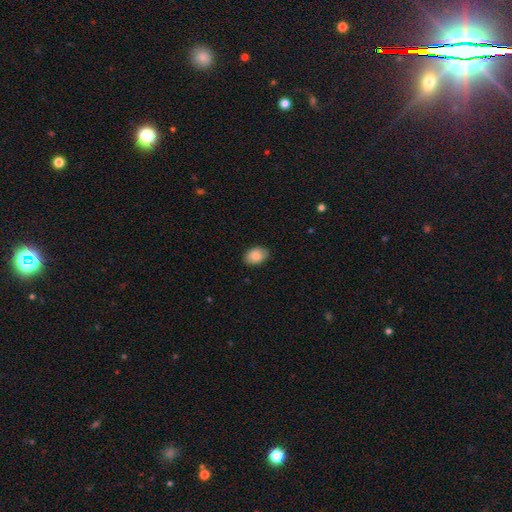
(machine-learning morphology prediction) Smooth or featured?
  - smooth: 86% *
  - star or artifact: 7%
  - featured or disk: 7%
How rounded?
  - in between: 81% *
  - round: 18%
  - cigar-shaped: 1%
Merging?
  - none: 86% *
  - minor disturbance: 11%
  - major disturbance: 2%
  - merger: 1%